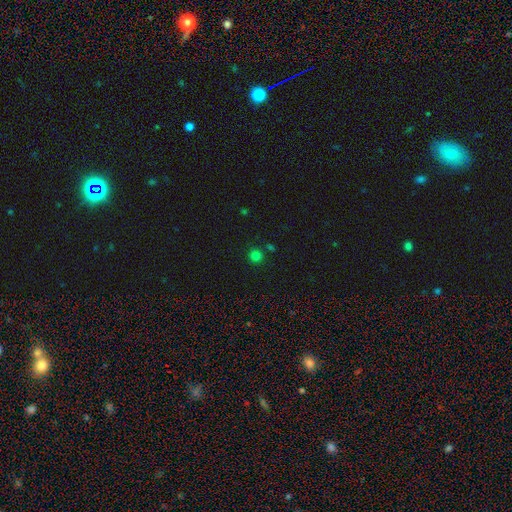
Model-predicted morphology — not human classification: Overall: smooth (76%). How rounded: round (94%). Merging: none (85%).